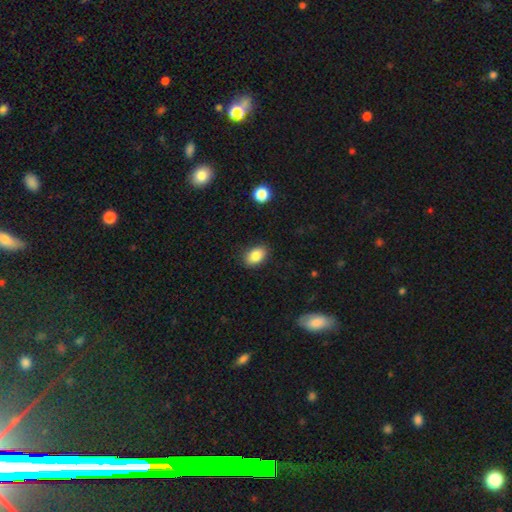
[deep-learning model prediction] A smooth galaxy with no disk features (85%) that is in between round and cigar-shaped (85%). Merging: none (87%).